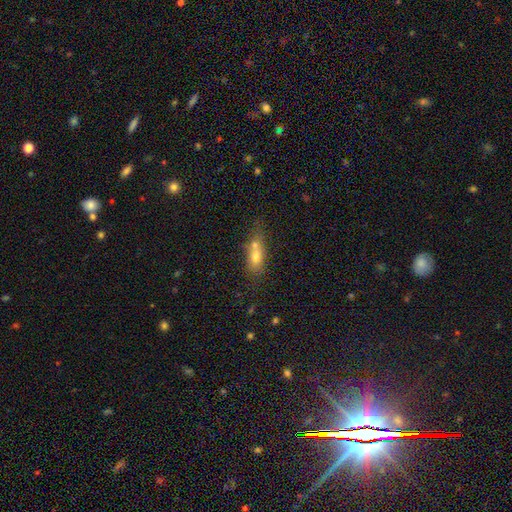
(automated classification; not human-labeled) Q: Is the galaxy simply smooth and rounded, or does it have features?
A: smooth — 63%.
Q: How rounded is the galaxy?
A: in between — 60%.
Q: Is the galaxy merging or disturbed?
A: merger — 47%.